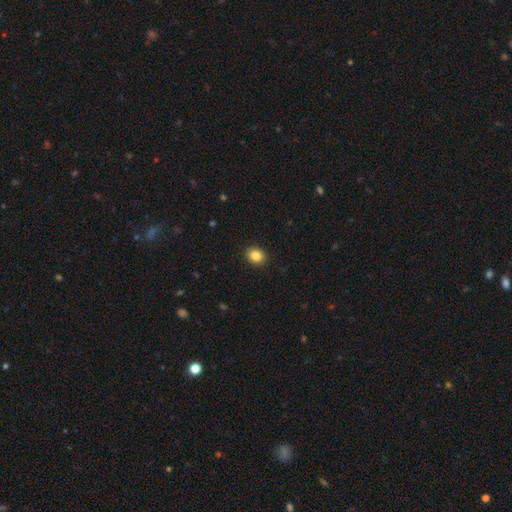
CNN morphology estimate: A smooth galaxy with no disk features (86%) that is round (59%).

Vote fractions:
- Smooth or featured? smooth: 86% / star or artifact: 10% / featured or disk: 5%
- How rounded? round: 59% / in between: 40% / cigar-shaped: 1%
- Merging? none: 91% / minor disturbance: 6% / major disturbance: 2% / merger: 1%